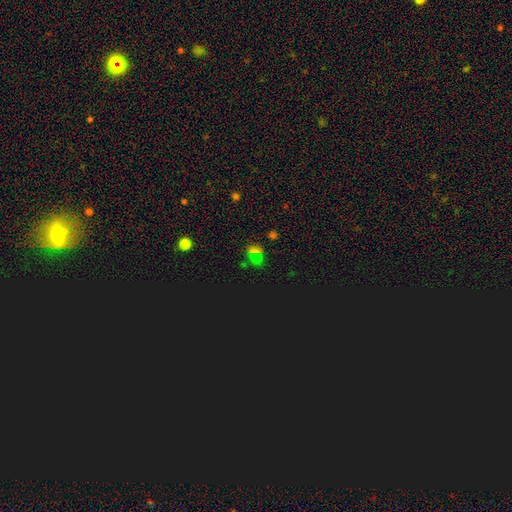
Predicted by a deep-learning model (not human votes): This appears to be a star or artifact, not a galaxy (61%).